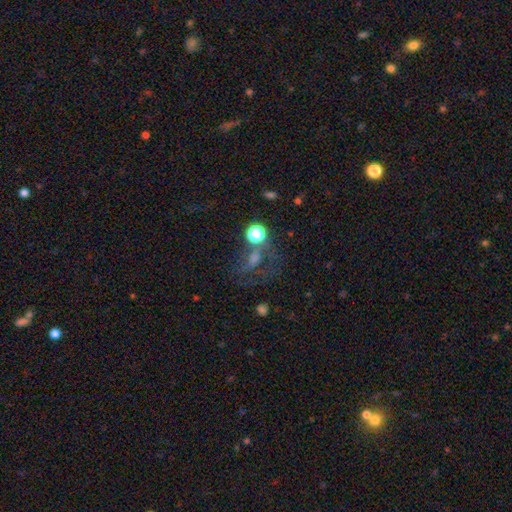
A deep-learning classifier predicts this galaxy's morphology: star or artifact 37%, smooth 36%, featured or disk 27%.